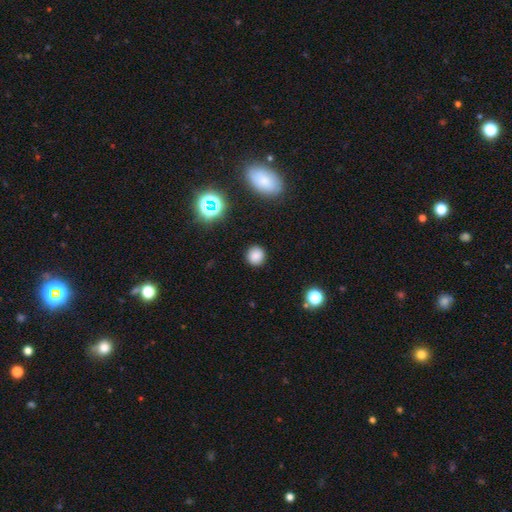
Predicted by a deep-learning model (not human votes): Overall: smooth (81%). How rounded: round (86%). Merging: none (89%).